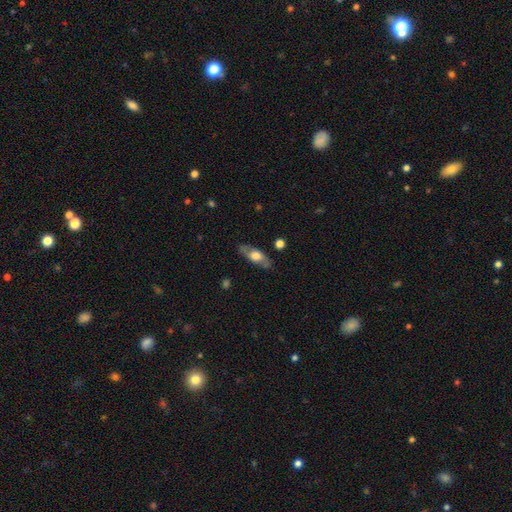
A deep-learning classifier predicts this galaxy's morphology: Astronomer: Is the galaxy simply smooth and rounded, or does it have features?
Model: featured or disk — 48% (runner-up: smooth, 46%).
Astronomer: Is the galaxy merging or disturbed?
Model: none — 80%.